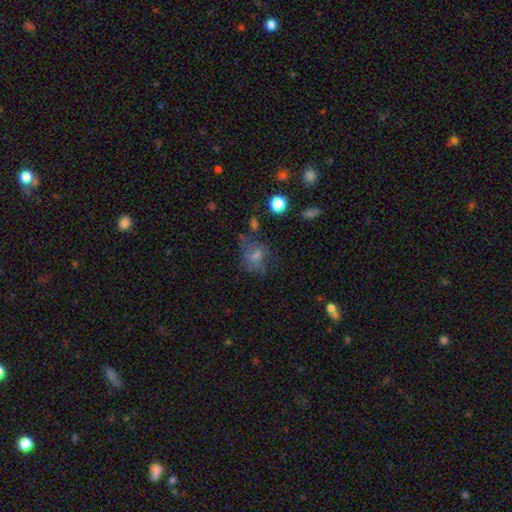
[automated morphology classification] Smooth or featured? Predicted: smooth (p=0.47). Merging? Predicted: none (p=0.52).